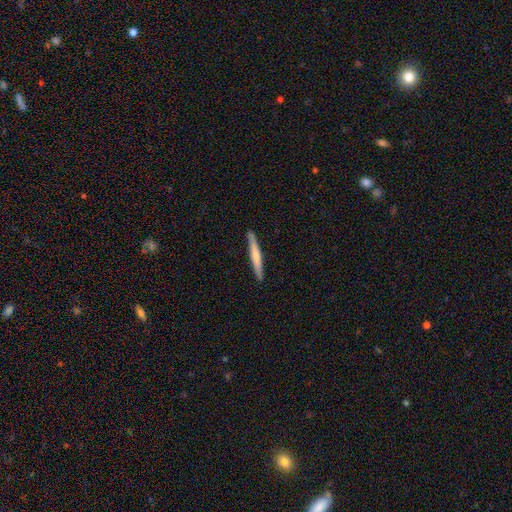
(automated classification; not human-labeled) A smooth galaxy with no disk features (57%) that is cigar-shaped (96%). Merging: none (91%).